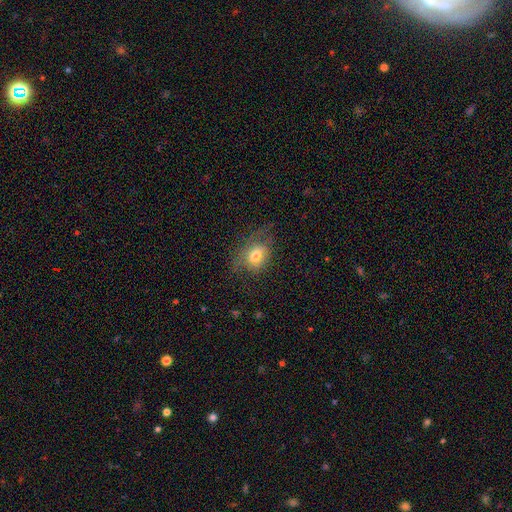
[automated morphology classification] Smooth or featured? Predicted: smooth (p=0.68). How rounded? Predicted: in between (p=0.64). Merging? Predicted: none (p=0.49).